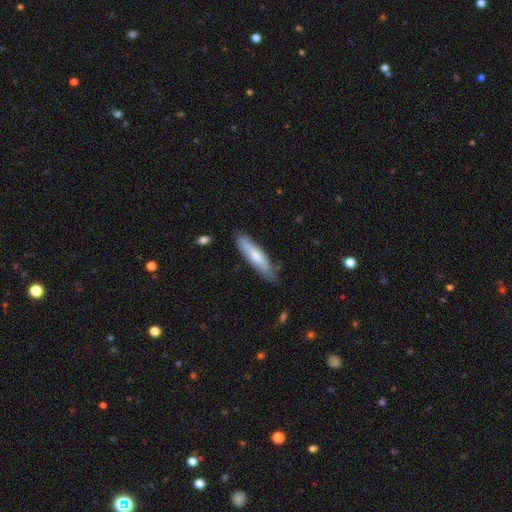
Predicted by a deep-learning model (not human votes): smooth 69%, featured or disk 26%, star or artifact 5%. Down the decision tree: how rounded — cigar-shaped (77%); merging — none (76%).